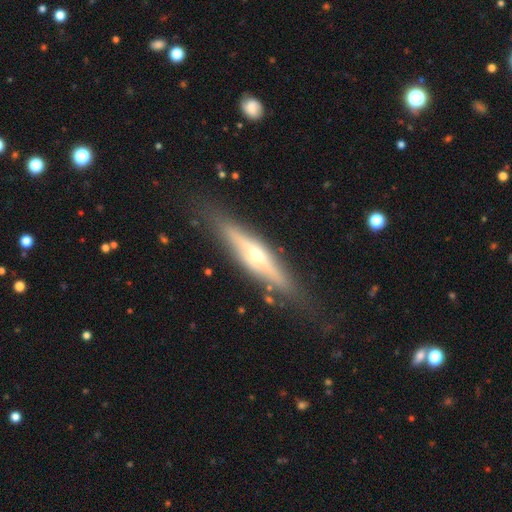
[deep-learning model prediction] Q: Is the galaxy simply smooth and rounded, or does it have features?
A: featured or disk — 69%.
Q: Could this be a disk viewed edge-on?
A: yes — 90%.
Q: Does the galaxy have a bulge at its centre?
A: rounded — 85%.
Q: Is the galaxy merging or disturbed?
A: none — 80%.